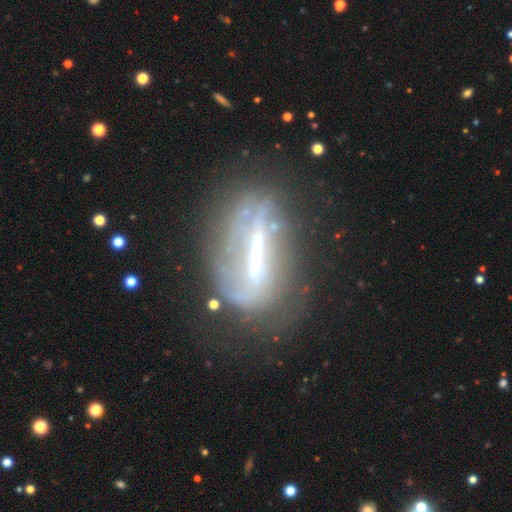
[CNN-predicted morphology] A featured or disk galaxy (68%). Merging: none (54%).